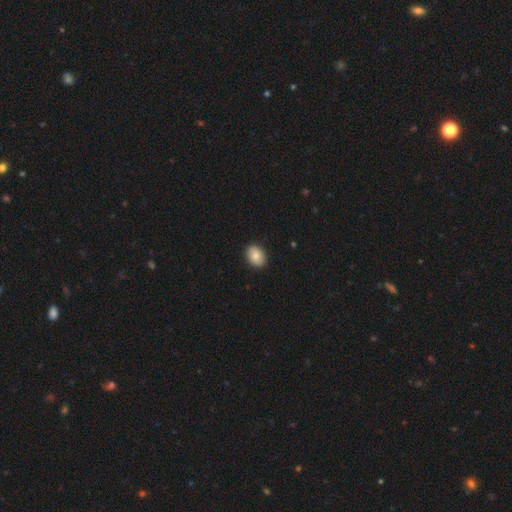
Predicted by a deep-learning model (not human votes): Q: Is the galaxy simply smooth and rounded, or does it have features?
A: smooth — 83%.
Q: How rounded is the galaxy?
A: in between — 69%.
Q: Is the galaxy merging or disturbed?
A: none — 90%.